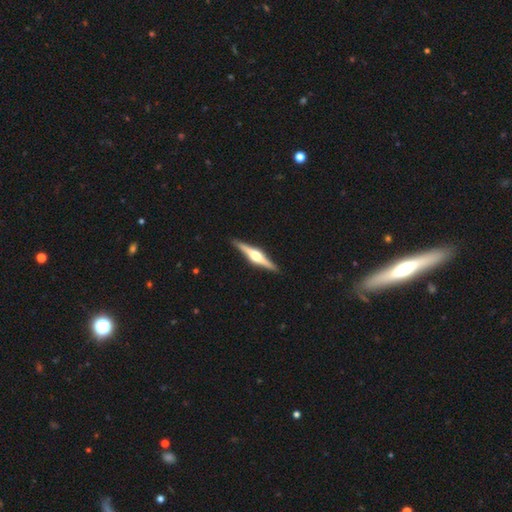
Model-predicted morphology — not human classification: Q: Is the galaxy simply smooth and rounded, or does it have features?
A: featured or disk — 81%.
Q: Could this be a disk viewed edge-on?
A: yes — 98%.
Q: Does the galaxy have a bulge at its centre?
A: rounded — 93%.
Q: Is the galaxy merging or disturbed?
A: none — 92%.